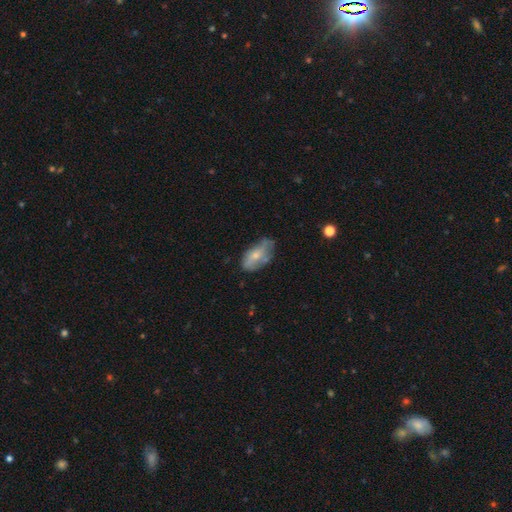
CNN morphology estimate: Overall: smooth (59%; featured or disk 34%). How rounded: in between (90%). Merging: none (48%; minor disturbance 34%).